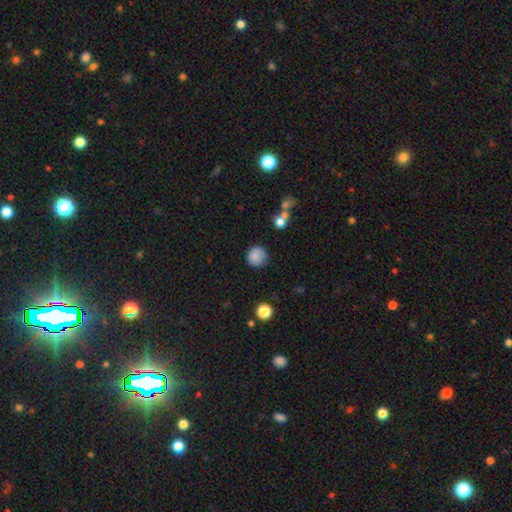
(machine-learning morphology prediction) The model was most divided on "merging": none: 78%, minor disturbance: 15%, major disturbance: 4%, merger: 3%. More confident: how rounded — round (92%); smooth or featured — smooth (85%).